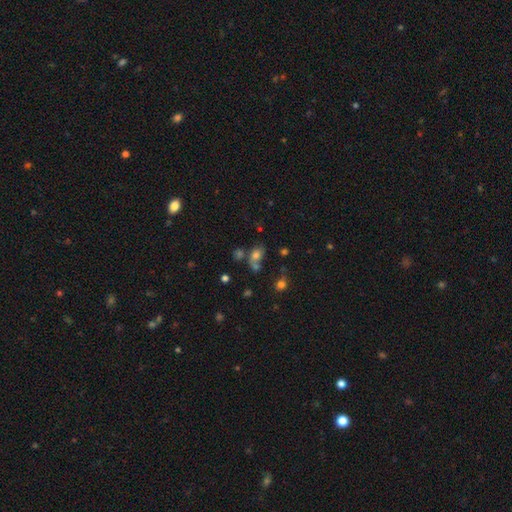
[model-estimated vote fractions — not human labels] Q: Smooth or featured?
A: smooth (64%); runner-up: star or artifact (20%)
Q: How rounded?
A: in between (61%); runner-up: round (36%)
Q: Merging?
A: none (41%); runner-up: merger (32%)